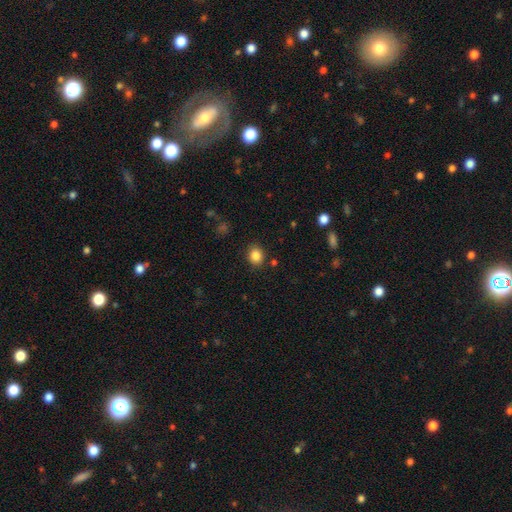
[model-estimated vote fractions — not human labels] This appears to be a smooth galaxy with no disk features (85%) that is round (64%). Merging: none (86%).